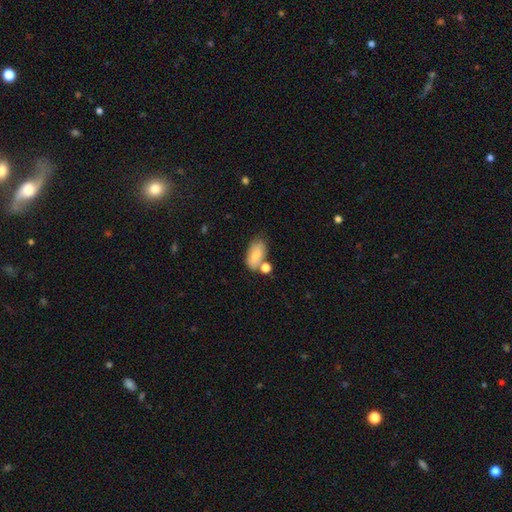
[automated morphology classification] A smooth galaxy with no disk features (78%) that is in between round and cigar-shaped (90%).

Vote fractions:
- Smooth or featured? smooth: 78% / featured or disk: 14% / star or artifact: 8%
- How rounded? in between: 90% / round: 6% / cigar-shaped: 4%
- Merging? none: 52% / merger: 22% / minor disturbance: 20% / major disturbance: 6%